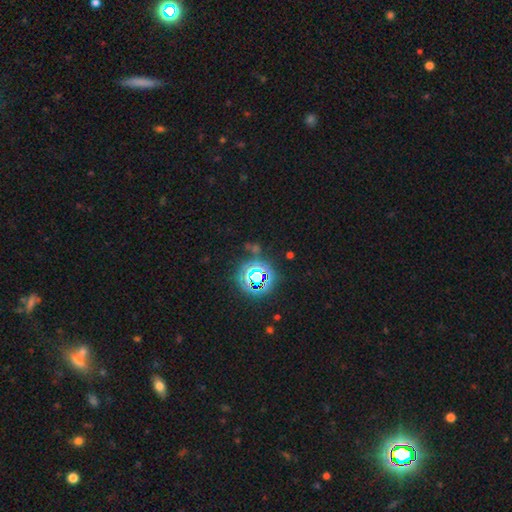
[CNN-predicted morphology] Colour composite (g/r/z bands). It shows a star or artifact, not a galaxy (72%).